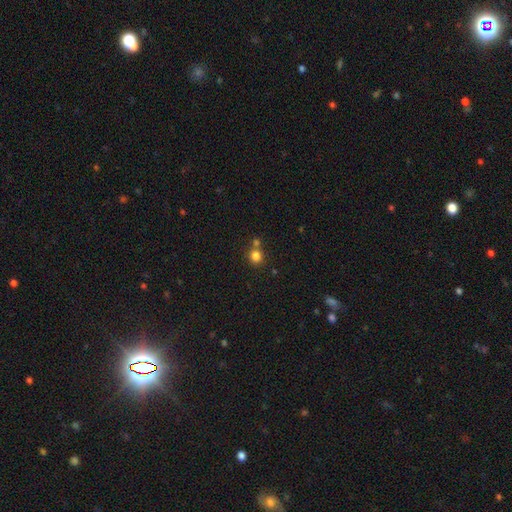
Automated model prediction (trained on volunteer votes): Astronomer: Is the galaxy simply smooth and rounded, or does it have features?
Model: smooth — 81%.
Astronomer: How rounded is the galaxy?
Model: round — 88%.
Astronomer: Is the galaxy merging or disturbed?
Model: none — 65%.